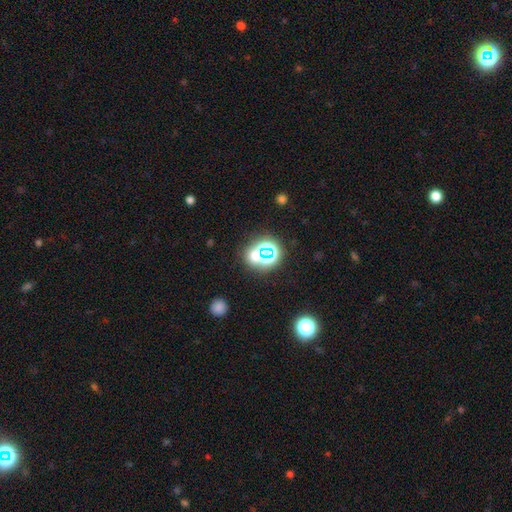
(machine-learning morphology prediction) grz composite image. It shows a star or artifact, not a galaxy (54%).